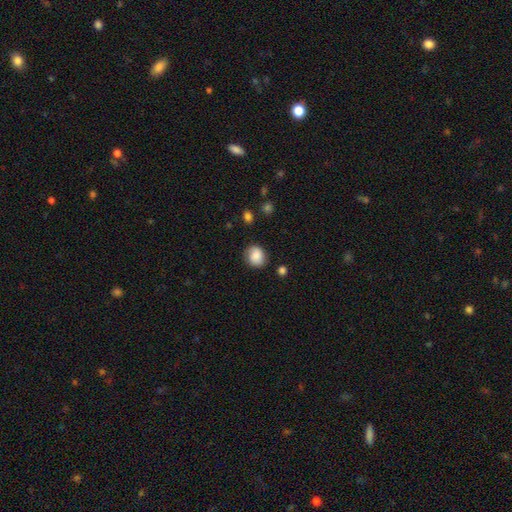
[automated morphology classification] A smooth galaxy with no disk features (83%) that is round (69%).

Vote fractions:
- Smooth or featured? smooth: 83% / featured or disk: 9% / star or artifact: 8%
- How rounded? round: 69% / in between: 30% / cigar-shaped: 1%
- Merging? none: 80% / minor disturbance: 14% / major disturbance: 4% / merger: 2%